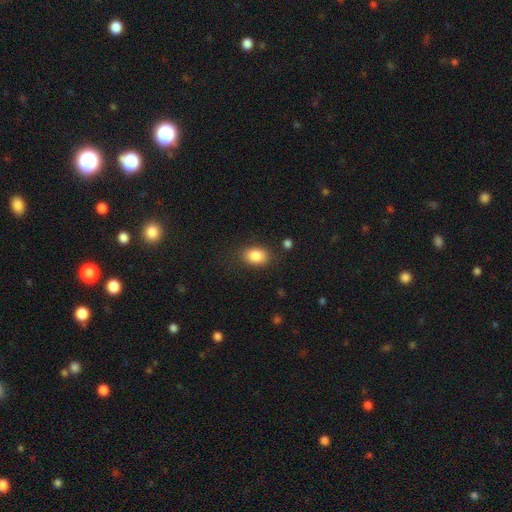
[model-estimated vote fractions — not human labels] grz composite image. It shows a smooth galaxy with no disk features (85%) that is in between round and cigar-shaped (75%). Merging: none (80%).